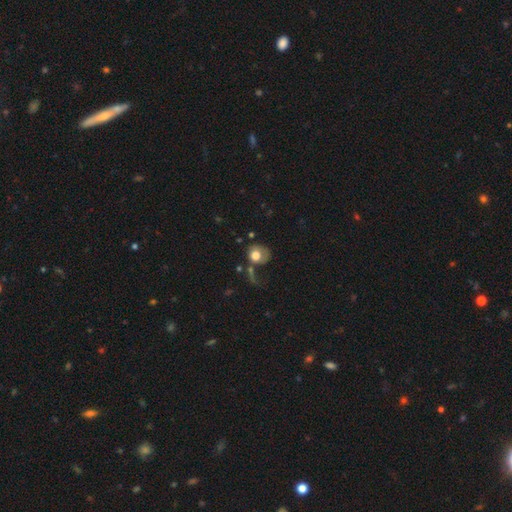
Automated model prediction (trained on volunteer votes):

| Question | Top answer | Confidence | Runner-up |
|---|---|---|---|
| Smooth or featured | smooth | 67% | featured or disk (23%) |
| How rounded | round | 65% | in between (34%) |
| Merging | major disturbance | 38% | none (30%) |